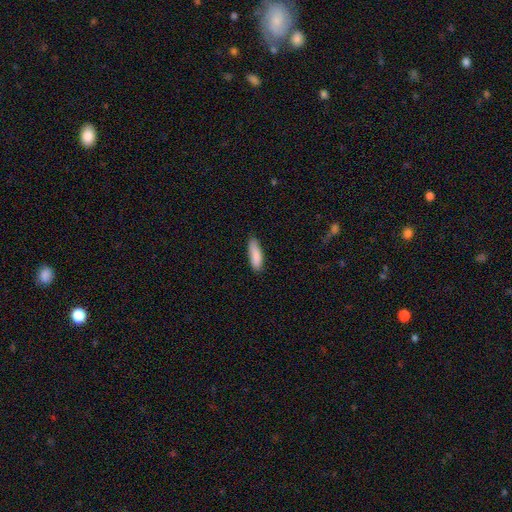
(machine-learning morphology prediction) smooth-or-featured: smooth: 88% | star or artifact: 6% | featured or disk: 6%
  how-rounded: cigar-shaped: 54% | in between: 45% | round: 1%
  merging: none: 83% | minor disturbance: 14% | major disturbance: 2% | merger: 1%